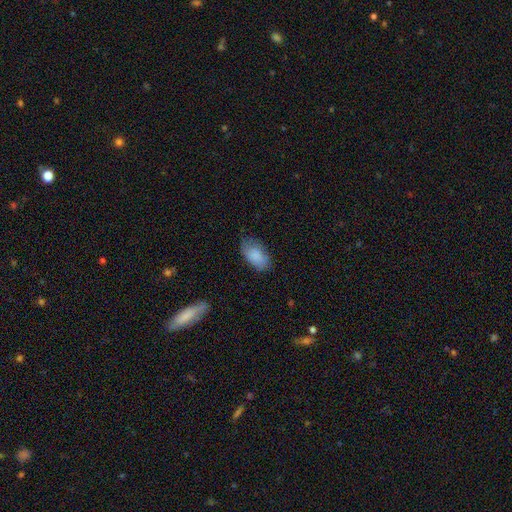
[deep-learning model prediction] smooth_or_featured: smooth (p=0.85) [alt: featured or disk p=0.09]
how_rounded: in between (p=0.94) [alt: round p=0.04]
merging: none (p=0.72) [alt: minor disturbance p=0.22]